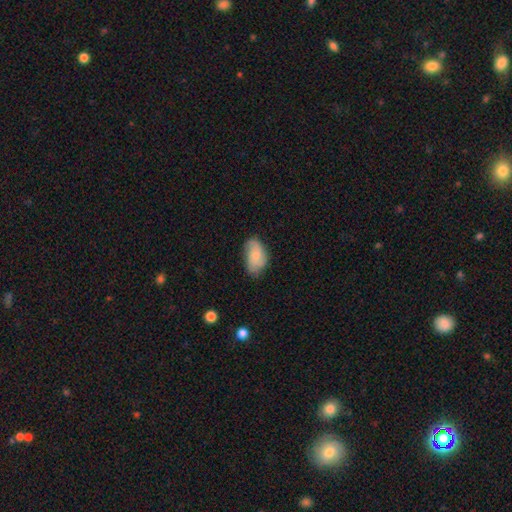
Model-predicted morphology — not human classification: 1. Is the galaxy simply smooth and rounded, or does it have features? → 66% smooth, 27% featured or disk, 7% star or artifact.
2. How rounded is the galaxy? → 91% in between, 7% round, 2% cigar-shaped.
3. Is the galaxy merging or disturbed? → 59% none, 32% minor disturbance, 8% major disturbance, 2% merger.